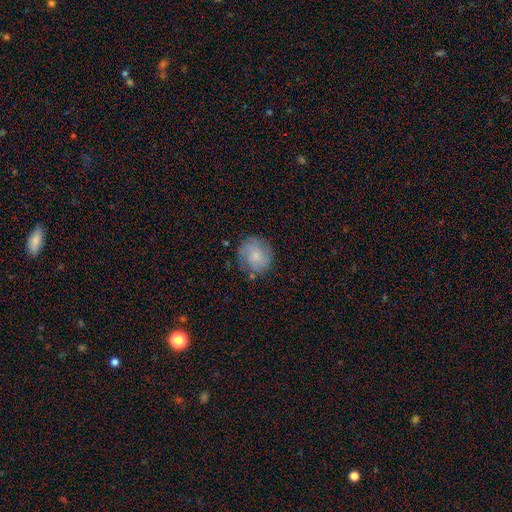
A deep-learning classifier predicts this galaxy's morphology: Smooth or featured?
  - smooth: 52% *
  - featured or disk: 39%
  - star or artifact: 9%
How rounded?
  - round: 81% *
  - in between: 18%
  - cigar-shaped: 1%
Merging?
  - none: 73% *
  - minor disturbance: 18%
  - major disturbance: 6%
  - merger: 2%